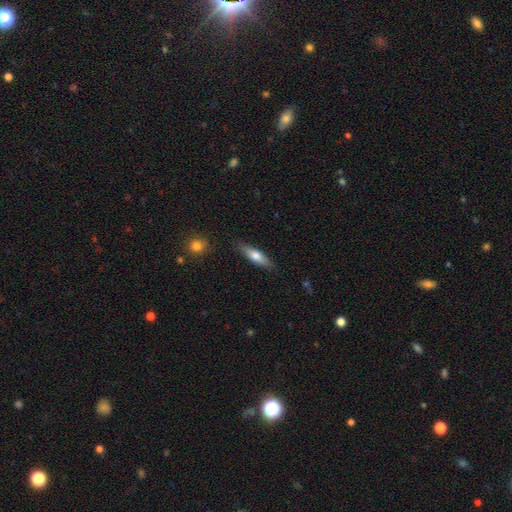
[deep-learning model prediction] A smooth galaxy with no disk features (63%) that is cigar-shaped (60%). Merging: none (85%).